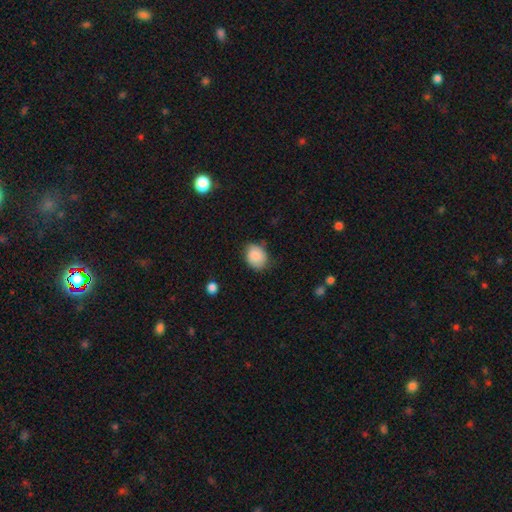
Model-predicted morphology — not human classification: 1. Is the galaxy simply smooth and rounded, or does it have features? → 86% smooth, 7% star or artifact, 7% featured or disk.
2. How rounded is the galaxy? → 50% round, 49% in between, 1% cigar-shaped.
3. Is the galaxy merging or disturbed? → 72% none, 22% minor disturbance, 4% major disturbance, 1% merger.